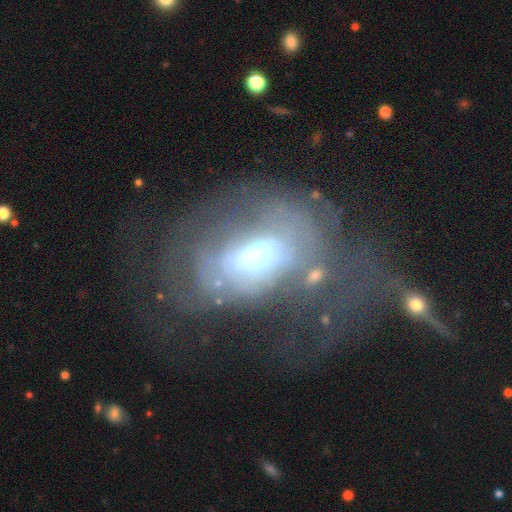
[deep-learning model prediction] Overall: featured or disk (59%; smooth 28%). Edge-on disk: no (94%). Bar: no (63%; weak 26%). Spiral arms: no (64%; yes 36%). Bulge size: moderate (50%; small 25%). Merging: major disturbance (45%; none 24%).